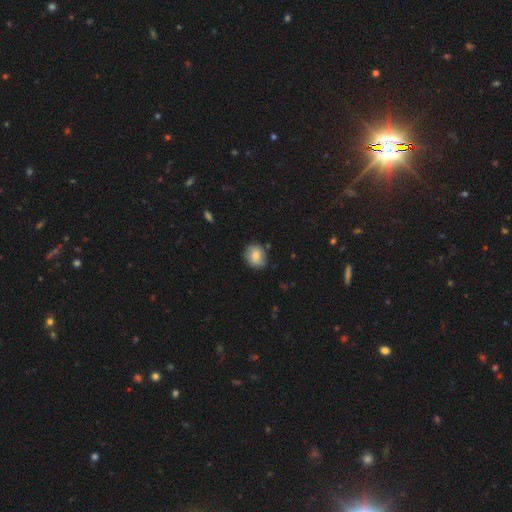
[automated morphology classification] A smooth galaxy with no disk features (76%) that is round (65%). Merging: none (82%).